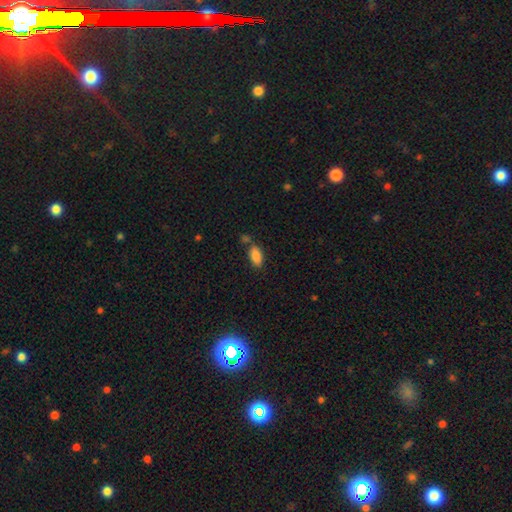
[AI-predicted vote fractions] Overall: smooth (86%). How rounded: in between (92%). Merging: none (65%).